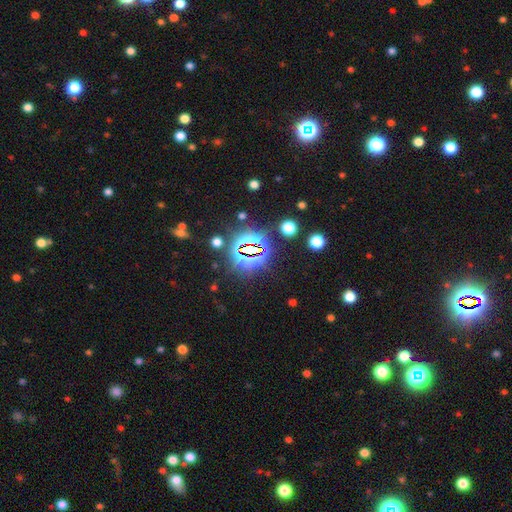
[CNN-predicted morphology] Overall: star or artifact (82%).